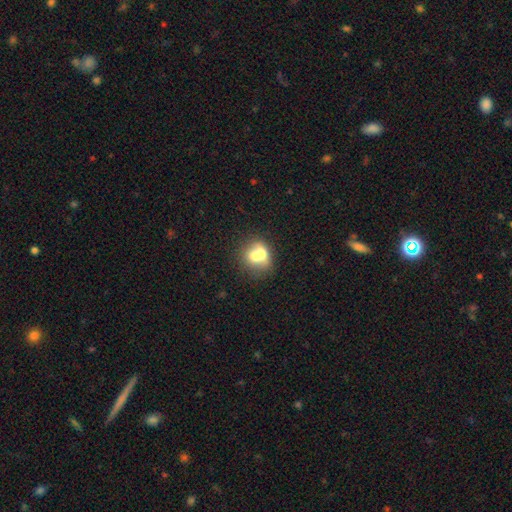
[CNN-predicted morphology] Smooth or featured? smooth (65%)
How rounded? round (68%)
Merging? merger (59%)